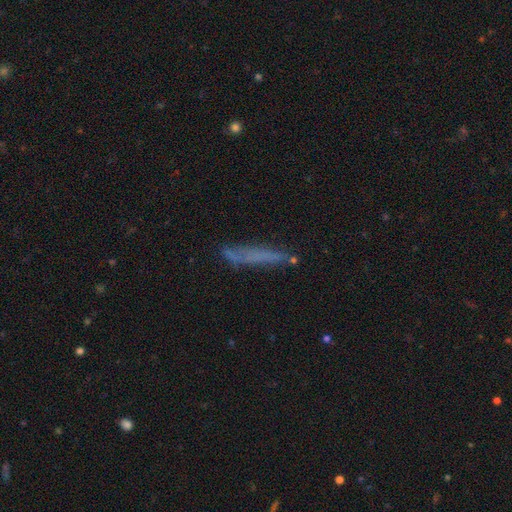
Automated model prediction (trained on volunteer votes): smooth_or_featured: smooth (p=0.55) [alt: featured or disk p=0.34]
how_rounded: cigar-shaped (p=0.92) [alt: in between p=0.06]
merging: none (p=0.70) [alt: minor disturbance p=0.19]